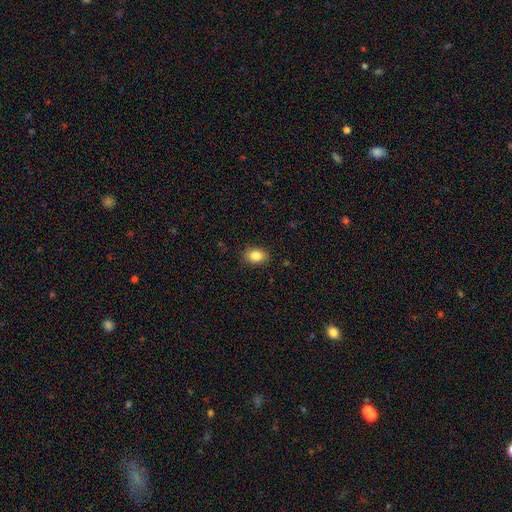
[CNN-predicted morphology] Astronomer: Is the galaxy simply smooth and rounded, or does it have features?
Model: smooth — 85%.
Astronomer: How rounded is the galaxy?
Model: in between — 75%.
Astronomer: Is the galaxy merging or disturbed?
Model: none — 87%.